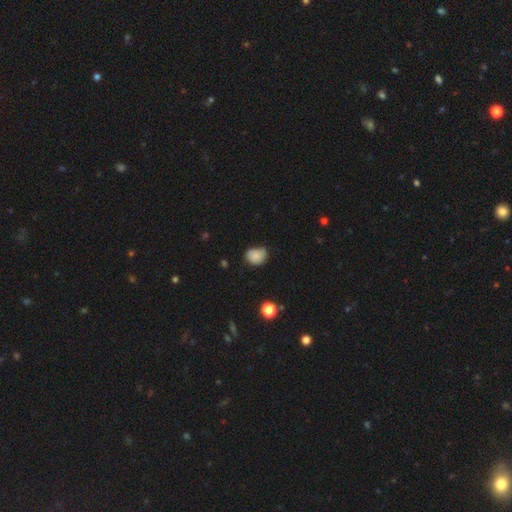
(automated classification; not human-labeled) This appears to be a smooth galaxy with no disk features (81%) that is round (52%). Merging: none (52%).